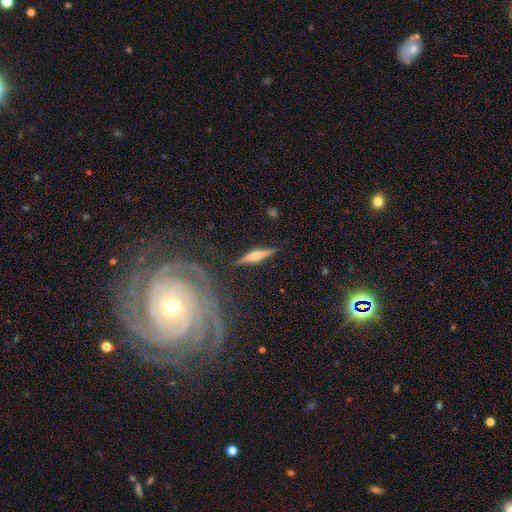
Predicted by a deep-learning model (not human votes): Overall: featured or disk (65%; smooth 28%). Edge-on disk: yes (96%). Edge-on bulge: rounded (80%). Merging: none (86%).